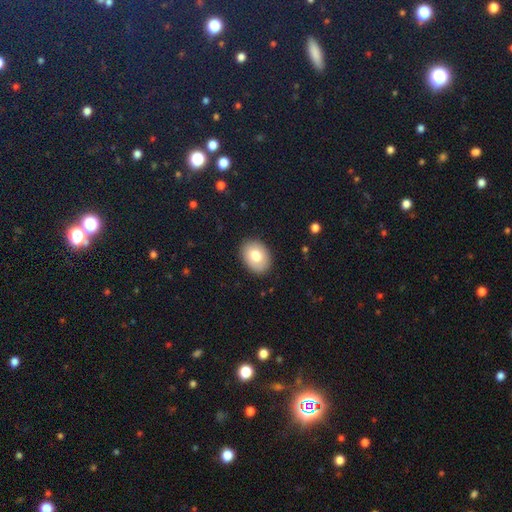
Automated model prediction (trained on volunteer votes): Smooth or featured? smooth (77%)
How rounded? in between (69%)
Merging? none (89%)